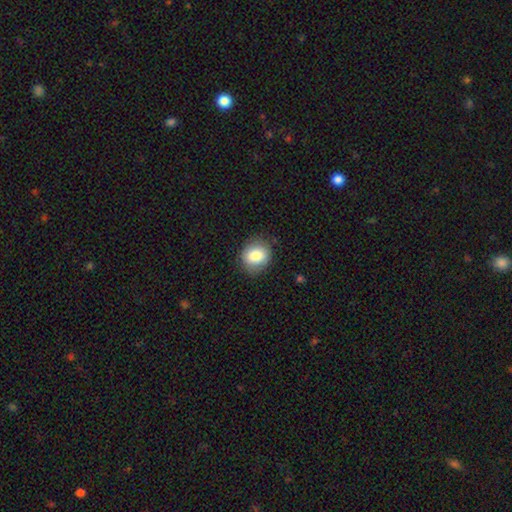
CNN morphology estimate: A smooth galaxy with no disk features (84%) that is round (69%).

Vote fractions:
- Smooth or featured? smooth: 84% / star or artifact: 8% / featured or disk: 8%
- How rounded? round: 69% / in between: 30% / cigar-shaped: 1%
- Merging? none: 82% / minor disturbance: 13% / major disturbance: 3% / merger: 1%